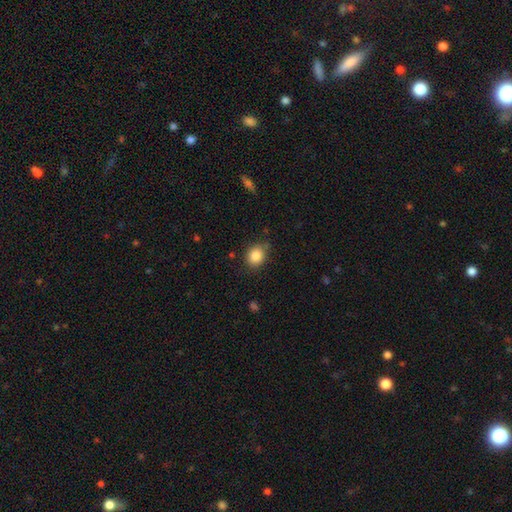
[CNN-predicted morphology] Smooth or featured?
  - smooth: 86% *
  - star or artifact: 9%
  - featured or disk: 5%
How rounded?
  - round: 62% *
  - in between: 37%
  - cigar-shaped: 1%
Merging?
  - none: 80% *
  - minor disturbance: 15%
  - major disturbance: 4%
  - merger: 2%